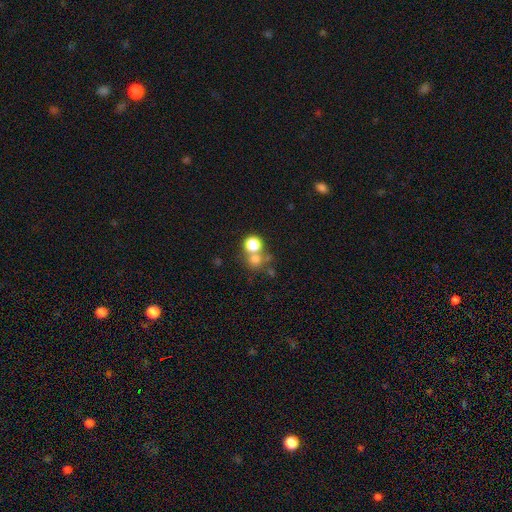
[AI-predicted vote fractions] Morphology: type=smooth (71%); roundness=round (89%); merging=none (52%).